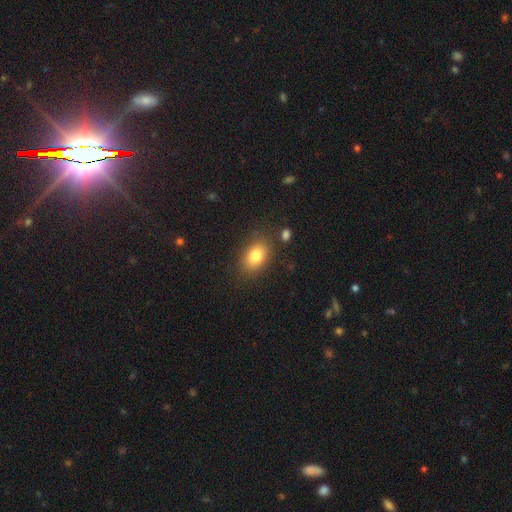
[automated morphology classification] A smooth galaxy with no disk features (81%) that is in between round and cigar-shaped (81%). Merging: none (81%).